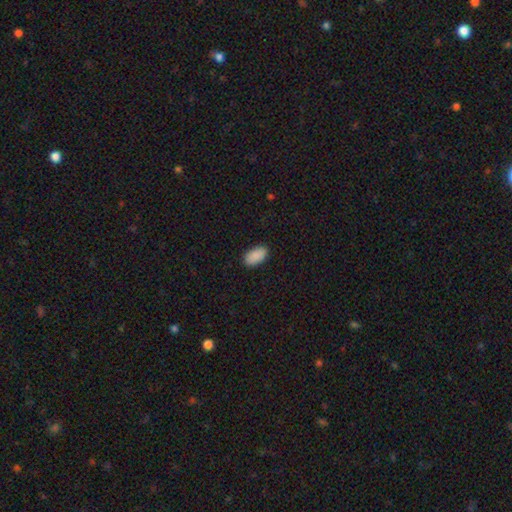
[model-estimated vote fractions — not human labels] Smooth or featured: smooth — 90% (star or artifact — 7%)
How rounded: in between — 95% (round — 3%)
Merging: none — 89% (minor disturbance — 8%)